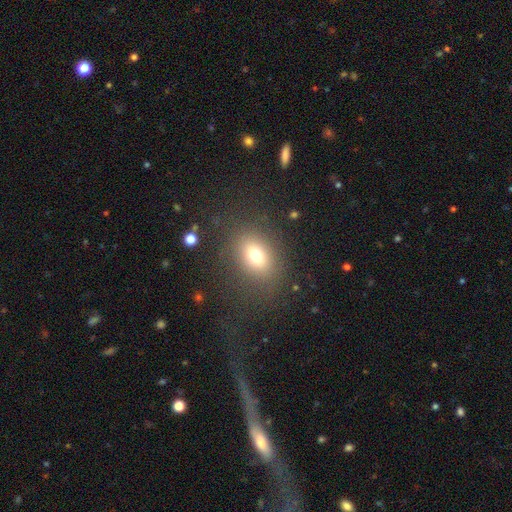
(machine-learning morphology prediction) Smooth or featured: smooth — 72% (star or artifact — 14%)
How rounded: in between — 64% (round — 34%)
Merging: none — 81% (minor disturbance — 10%)